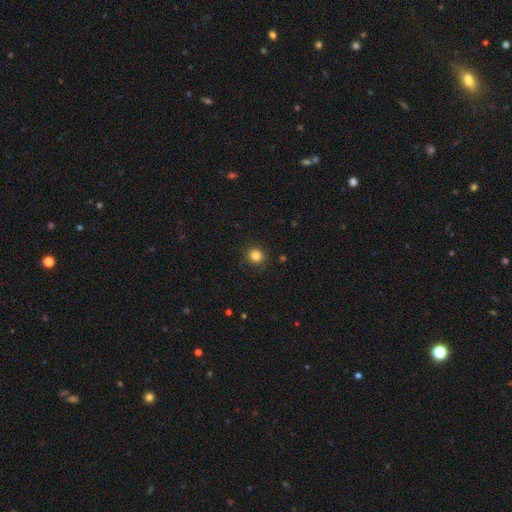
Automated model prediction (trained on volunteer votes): Smooth or featured?
  - smooth: 84% *
  - star or artifact: 12%
  - featured or disk: 4%
How rounded?
  - round: 91% *
  - in between: 8%
  - cigar-shaped: 1%
Merging?
  - none: 90% *
  - minor disturbance: 6%
  - major disturbance: 2%
  - merger: 1%